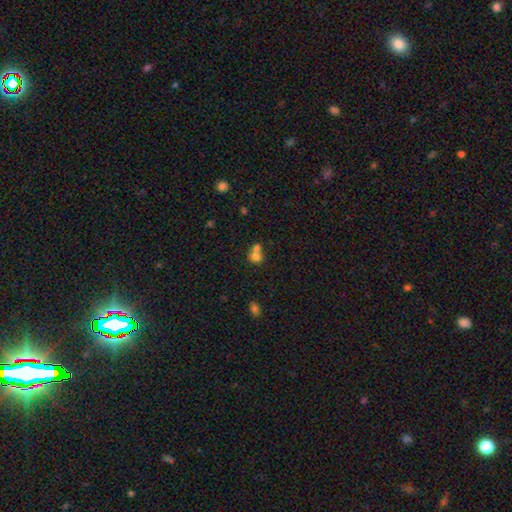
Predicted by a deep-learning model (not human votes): Smooth or featured? Predicted: smooth (p=0.74). How rounded? Predicted: round (p=0.76). Merging? Predicted: merger (p=0.60).